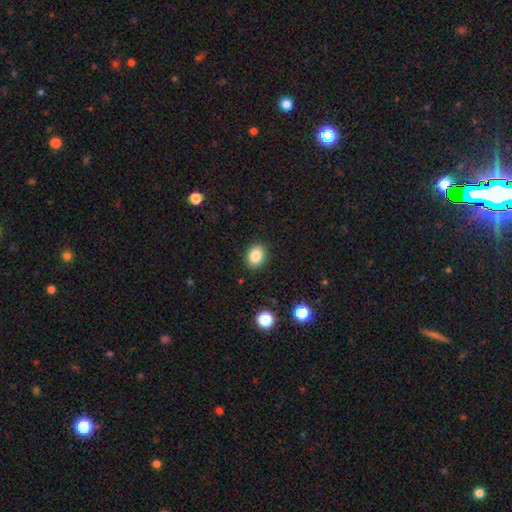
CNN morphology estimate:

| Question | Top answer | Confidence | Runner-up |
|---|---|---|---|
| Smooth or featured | smooth | 85% | star or artifact (10%) |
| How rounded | in between | 50% | round (49%) |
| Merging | none | 89% | minor disturbance (7%) |